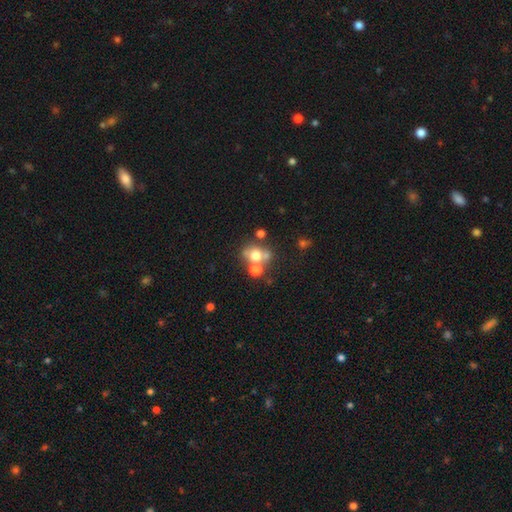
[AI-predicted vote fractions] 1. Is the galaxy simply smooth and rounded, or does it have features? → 62% smooth, 21% featured or disk, 16% star or artifact.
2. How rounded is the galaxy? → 74% round, 25% in between, 1% cigar-shaped.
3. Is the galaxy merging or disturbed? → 45% none, 39% merger, 10% minor disturbance, 6% major disturbance.